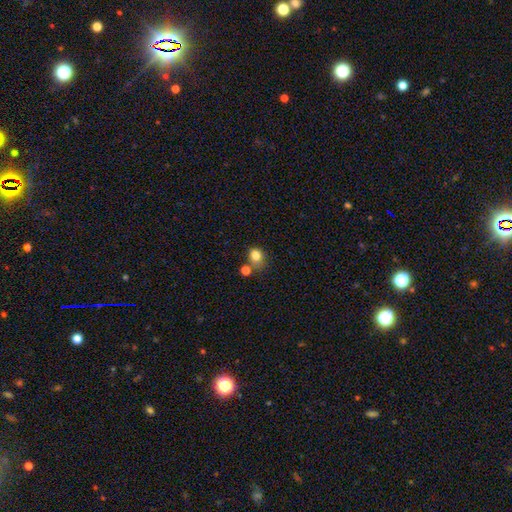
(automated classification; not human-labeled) A smooth galaxy with no disk features (81%) that is round (62%).

Vote fractions:
- Smooth or featured? smooth: 81% / star or artifact: 12% / featured or disk: 7%
- How rounded? round: 62% / in between: 37% / cigar-shaped: 1%
- Merging? none: 56% / merger: 20% / minor disturbance: 17% / major disturbance: 7%